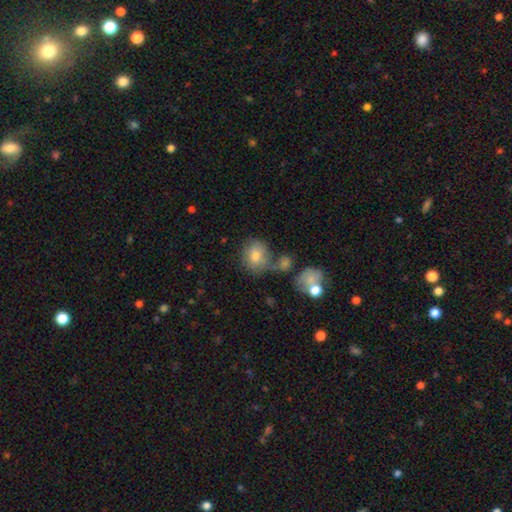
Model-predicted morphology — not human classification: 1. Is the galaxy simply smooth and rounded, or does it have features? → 70% smooth, 19% featured or disk, 11% star or artifact.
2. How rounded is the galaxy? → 71% round, 28% in between, 1% cigar-shaped.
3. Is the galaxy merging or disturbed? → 53% none, 21% merger, 18% minor disturbance, 9% major disturbance.